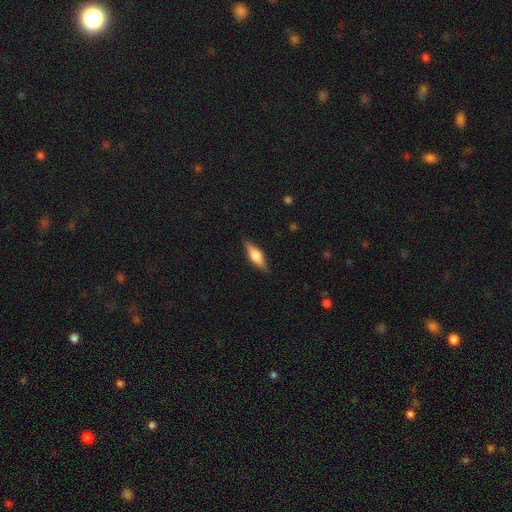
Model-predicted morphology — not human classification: smooth-or-featured: smooth: 51% | featured or disk: 43% | star or artifact: 6%
  how-rounded: in between: 49% | cigar-shaped: 48% | round: 3%
  merging: none: 87% | minor disturbance: 10% | major disturbance: 2% | merger: 1%